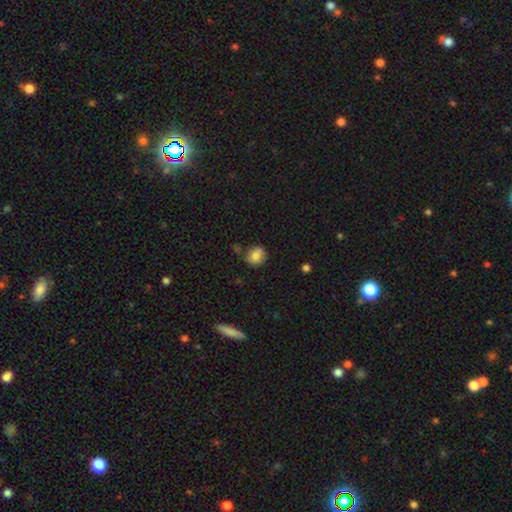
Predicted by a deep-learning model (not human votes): Q: Smooth or featured?
A: smooth (81%); runner-up: featured or disk (10%)
Q: How rounded?
A: round (77%); runner-up: in between (22%)
Q: Merging?
A: none (75%); runner-up: minor disturbance (17%)